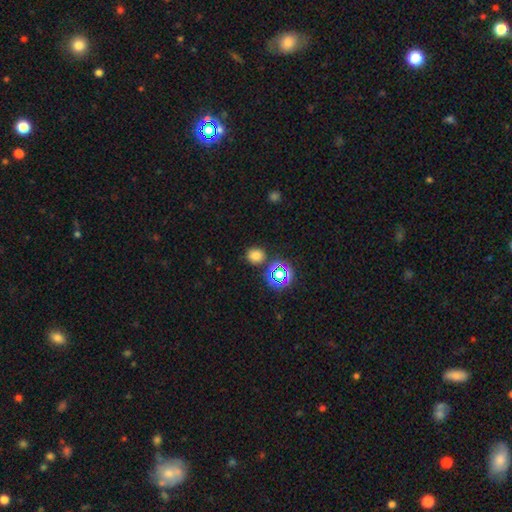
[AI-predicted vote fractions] The model was most divided on "smooth or featured": smooth: 71%, star or artifact: 23%, featured or disk: 5%. More confident: merging — none (81%); how rounded — round (80%).